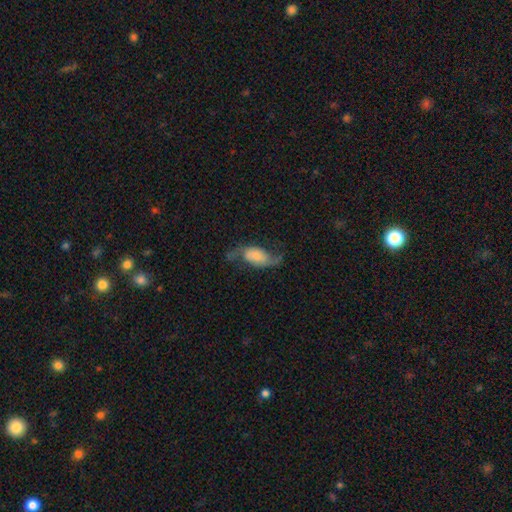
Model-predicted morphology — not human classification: This appears to be a featured or disk galaxy (58%) with no bar (58%), spiral arms (88%) and a small central bulge (32%). Merging: none (50%).